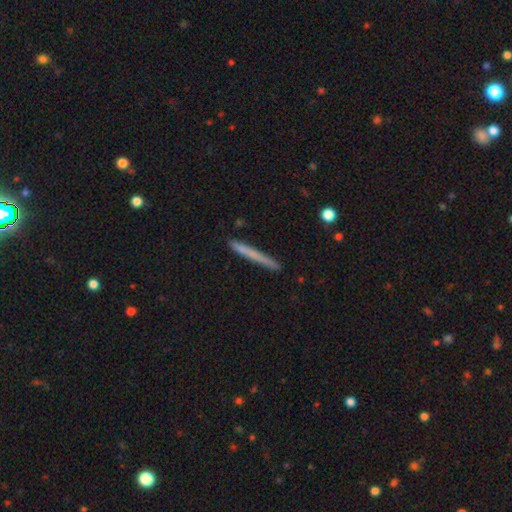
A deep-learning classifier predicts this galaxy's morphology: Smooth or featured? Predicted: smooth (p=0.64). How rounded? Predicted: cigar-shaped (p=0.97). Merging? Predicted: none (p=0.86).